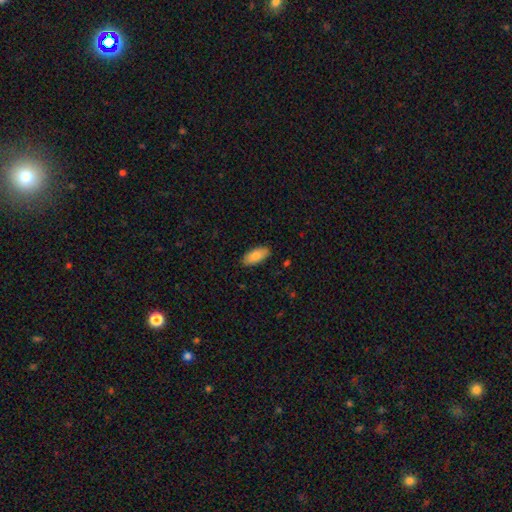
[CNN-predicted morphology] smooth 84%, featured or disk 10%, star or artifact 6%. Down the decision tree: how rounded — in between (91%); merging — none (88%).